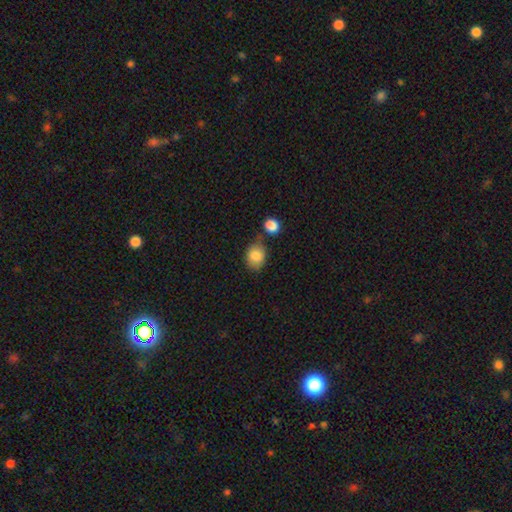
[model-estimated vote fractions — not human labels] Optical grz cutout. It shows a smooth galaxy with no disk features (85%) that is in between round and cigar-shaped (56%). Merging: none (60%).